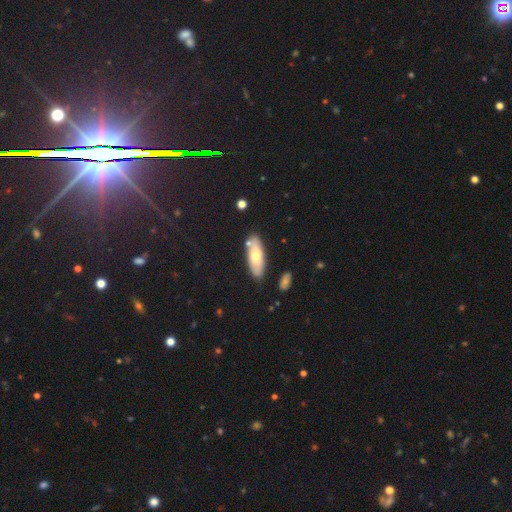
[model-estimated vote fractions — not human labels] Smooth or featured? smooth (63%)
How rounded? in between (69%)
Merging? none (78%)